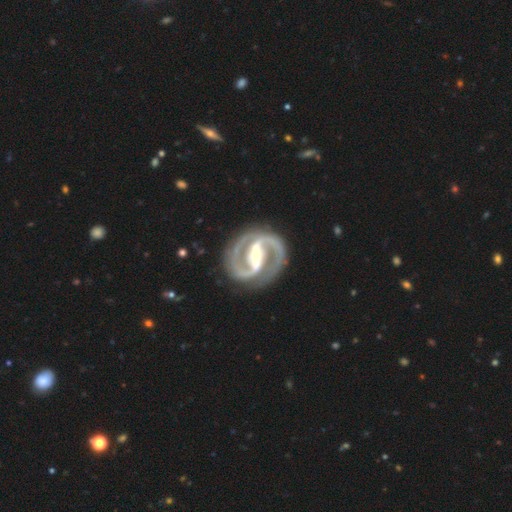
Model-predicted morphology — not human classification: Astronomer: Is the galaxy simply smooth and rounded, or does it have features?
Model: featured or disk — 94%.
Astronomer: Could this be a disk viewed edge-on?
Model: no — 98%.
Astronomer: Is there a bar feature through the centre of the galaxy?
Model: strong — 72%.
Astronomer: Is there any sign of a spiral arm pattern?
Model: yes — 98%.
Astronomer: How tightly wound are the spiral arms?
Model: medium — 55% (runner-up: tight, 37%).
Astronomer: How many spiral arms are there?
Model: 2 — 94%.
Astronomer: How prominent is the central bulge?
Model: small — 49% (runner-up: moderate, 44%).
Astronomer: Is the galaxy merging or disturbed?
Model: none — 85%.